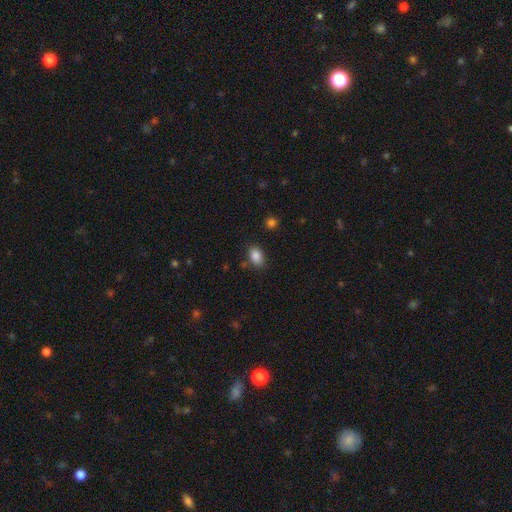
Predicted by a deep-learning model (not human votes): smooth 87%, star or artifact 9%, featured or disk 4%. Down the decision tree: how rounded — in between (83%); merging — none (79%).